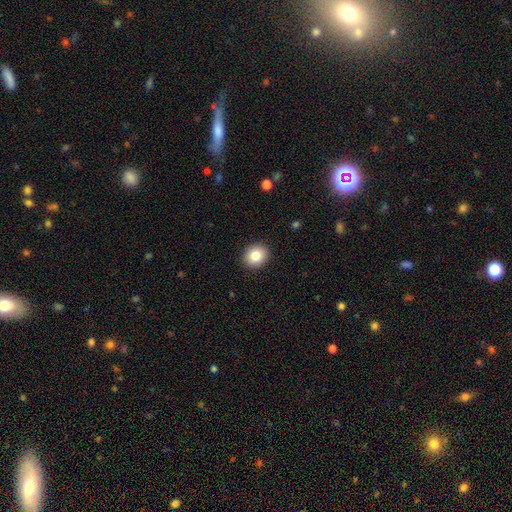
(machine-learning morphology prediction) Smooth or featured?
  - smooth: 83% *
  - star or artifact: 9%
  - featured or disk: 8%
How rounded?
  - round: 72% *
  - in between: 27%
  - cigar-shaped: 1%
Merging?
  - none: 91% *
  - minor disturbance: 6%
  - major disturbance: 2%
  - merger: 1%